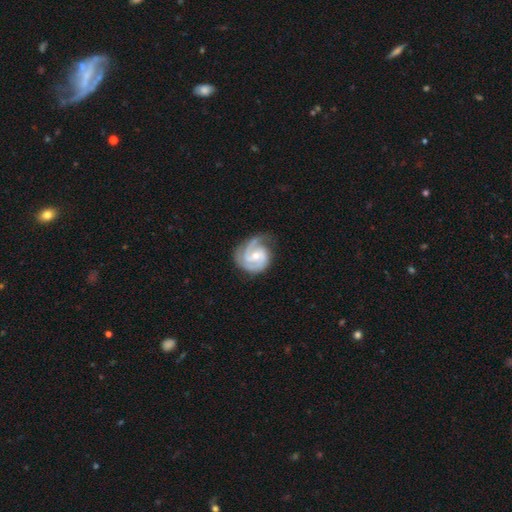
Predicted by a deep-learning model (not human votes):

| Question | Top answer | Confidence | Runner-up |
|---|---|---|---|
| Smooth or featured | featured or disk | 89% | smooth (7%) |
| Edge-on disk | no | 98% | yes (2%) |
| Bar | no | 49% | weak (40%) |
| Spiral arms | yes | 98% | no (2%) |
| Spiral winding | tight | 51% | medium (41%) |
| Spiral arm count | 2 | 57% | 3 (24%) |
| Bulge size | small | 50% | moderate (47%) |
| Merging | none | 66% | minor disturbance (23%) |